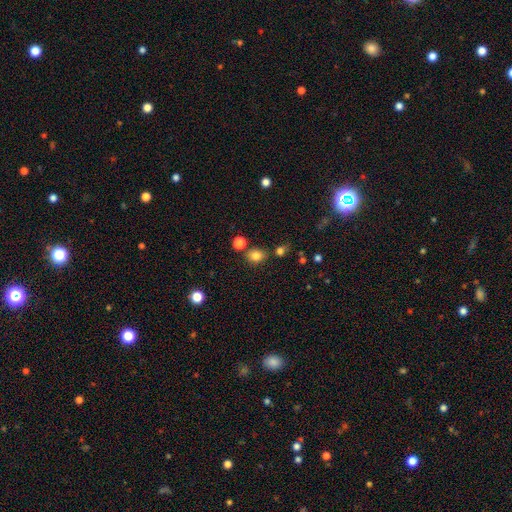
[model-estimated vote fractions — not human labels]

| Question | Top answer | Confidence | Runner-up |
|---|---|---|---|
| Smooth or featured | smooth | 81% | star or artifact (13%) |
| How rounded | round | 53% | in between (46%) |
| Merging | none | 76% | minor disturbance (11%) |